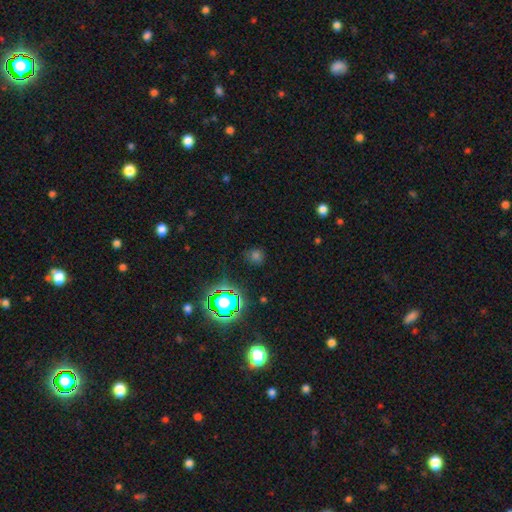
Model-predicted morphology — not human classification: type=smooth (49%); merging=none (83%).